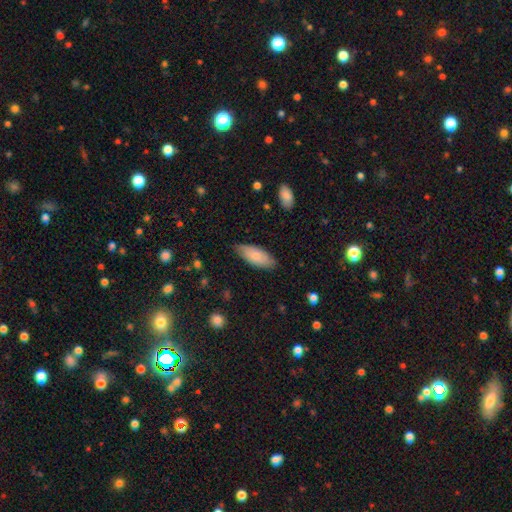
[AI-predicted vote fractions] smooth 80%, featured or disk 15%, star or artifact 6%. Down the decision tree: how rounded — in between (85%); merging — none (77%).